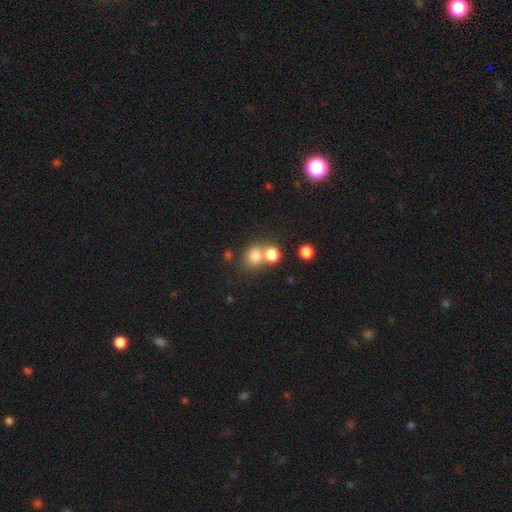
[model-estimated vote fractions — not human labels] This appears to be a smooth galaxy with no disk features (78%) that is round (73%). Merging: none (50%).